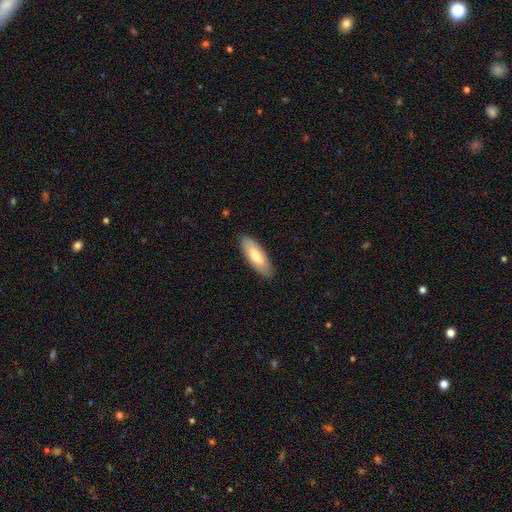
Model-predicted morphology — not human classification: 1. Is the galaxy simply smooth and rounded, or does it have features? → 69% smooth, 26% featured or disk, 5% star or artifact.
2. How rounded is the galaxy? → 64% in between, 34% cigar-shaped, 2% round.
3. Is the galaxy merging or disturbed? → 87% none, 10% minor disturbance, 2% major disturbance, 1% merger.